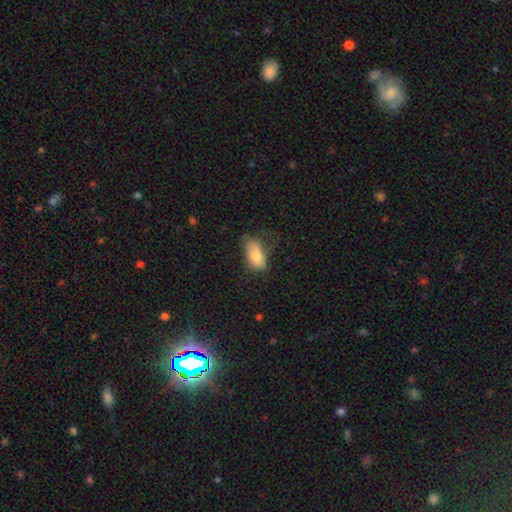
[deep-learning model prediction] smooth_or_featured: smooth (p=0.78) [alt: featured or disk p=0.13]
how_rounded: in between (p=0.90) [alt: cigar-shaped p=0.06]
merging: none (p=0.44) [alt: minor disturbance p=0.31]